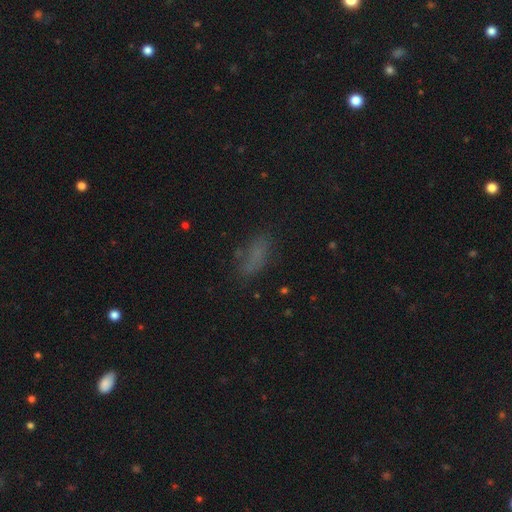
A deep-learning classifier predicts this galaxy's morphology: Smooth or featured? Predicted: smooth (p=0.68). How rounded? Predicted: in between (p=0.77). Merging? Predicted: none (p=0.64).